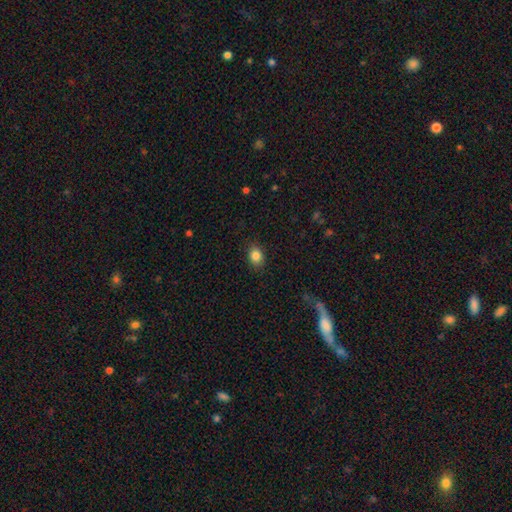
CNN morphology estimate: Q: Smooth or featured?
A: smooth (86%); runner-up: star or artifact (9%)
Q: How rounded?
A: in between (62%); runner-up: round (37%)
Q: Merging?
A: none (87%); runner-up: minor disturbance (10%)